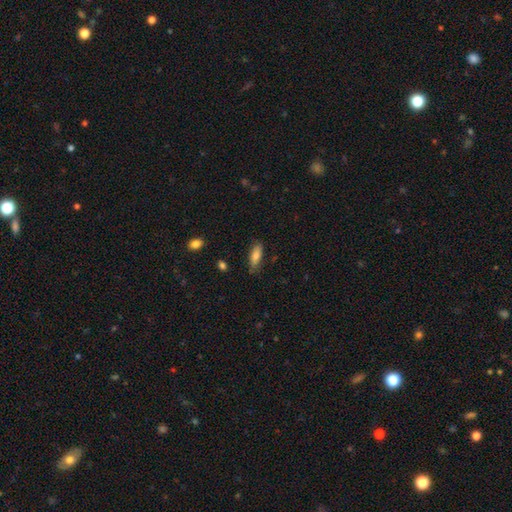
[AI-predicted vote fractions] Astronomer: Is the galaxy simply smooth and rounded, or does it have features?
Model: smooth — 79%.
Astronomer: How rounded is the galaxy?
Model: in between — 61% (runner-up: cigar-shaped, 38%).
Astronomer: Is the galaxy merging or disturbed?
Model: none — 78%.